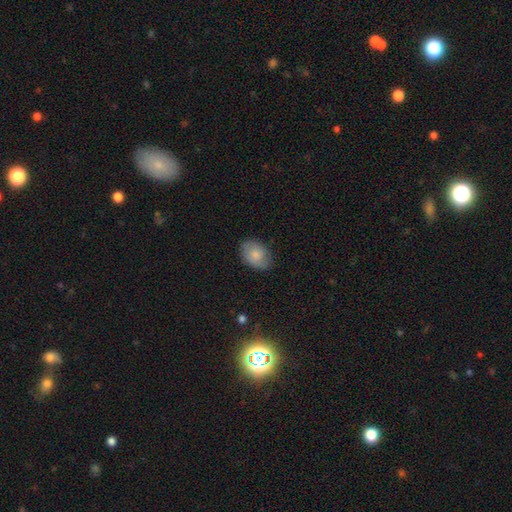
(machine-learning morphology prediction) Smooth or featured? smooth (79%)
How rounded? in between (76%)
Merging? none (79%)